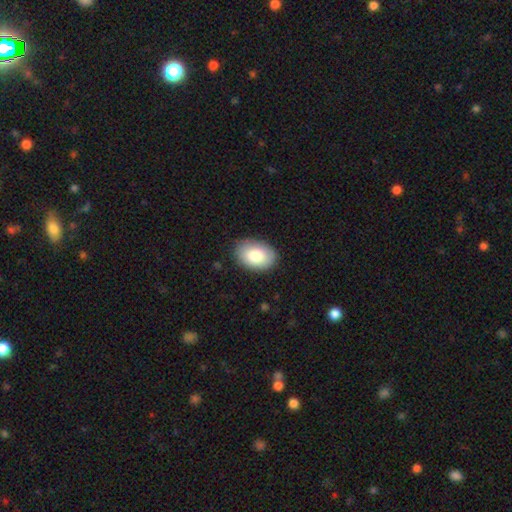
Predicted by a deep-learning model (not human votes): This is clearly a smooth galaxy (83%). How rounded: clearly in between (88%). Merging: clearly none (85%).